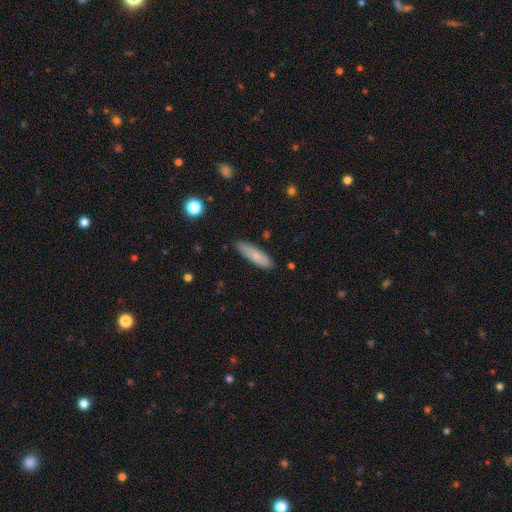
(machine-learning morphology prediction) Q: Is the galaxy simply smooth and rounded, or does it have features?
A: smooth — 80%.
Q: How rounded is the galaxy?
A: cigar-shaped — 63%.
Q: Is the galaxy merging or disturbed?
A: none — 86%.